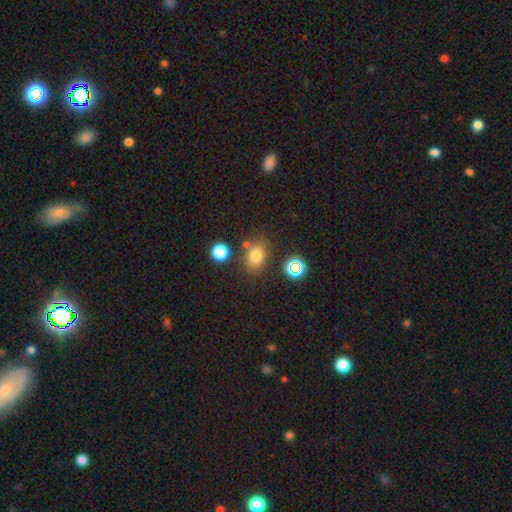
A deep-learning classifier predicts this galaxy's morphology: Overall: smooth (74%). How rounded: in between (64%; round 35%). Merging: none (74%).